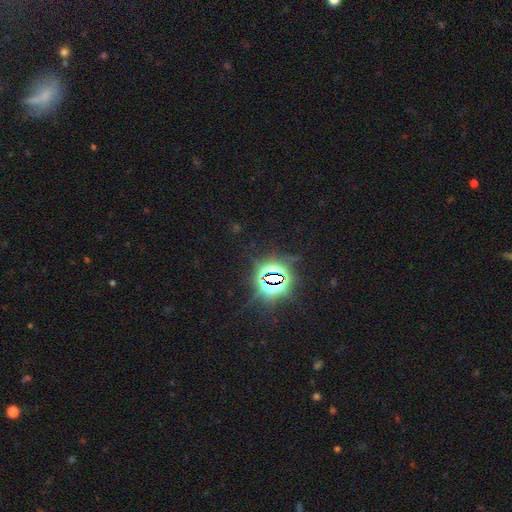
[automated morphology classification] The model was most divided on "smooth or featured": star or artifact: 83%, smooth: 11%, featured or disk: 6%.